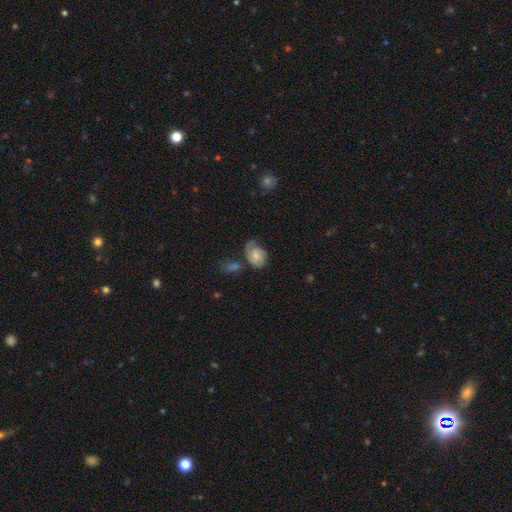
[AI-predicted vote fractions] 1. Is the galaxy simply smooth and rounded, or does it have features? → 66% featured or disk, 26% smooth, 7% star or artifact.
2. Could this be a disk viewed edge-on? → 97% no, 3% yes.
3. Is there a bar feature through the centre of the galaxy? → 62% no, 33% weak, 5% strong.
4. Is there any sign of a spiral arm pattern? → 92% yes, 8% no.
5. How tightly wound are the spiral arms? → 47% tight, 39% medium, 14% loose.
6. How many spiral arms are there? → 62% 2, 18% 1, 12% can't tell, 5% 3, 1% 4, 1% more than 4.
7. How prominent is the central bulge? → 43% small, 37% moderate, 13% none, 5% large, 2% dominant.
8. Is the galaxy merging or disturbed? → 47% none, 26% minor disturbance, 17% major disturbance, 10% merger.